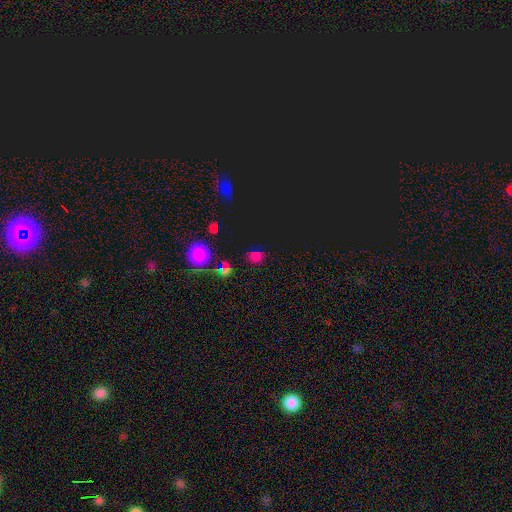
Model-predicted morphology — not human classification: smooth-or-featured: smooth: 48% | star or artifact: 46% | featured or disk: 6%
  merging: none: 81% | minor disturbance: 10% | merger: 4% | major disturbance: 4%